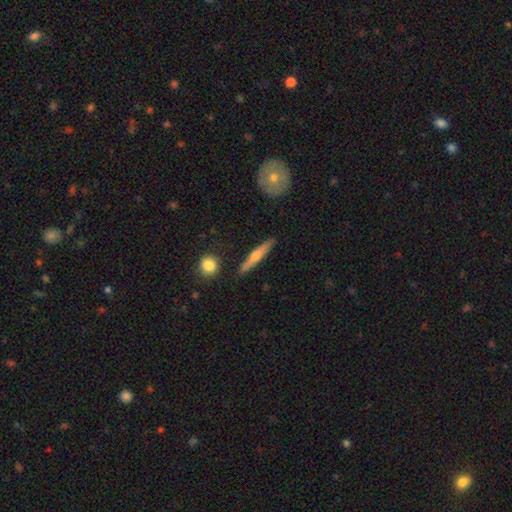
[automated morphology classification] Smooth or featured? Predicted: featured or disk (p=0.52). Edge-on disk? Predicted: yes (p=0.94). Merging? Predicted: none (p=0.87).